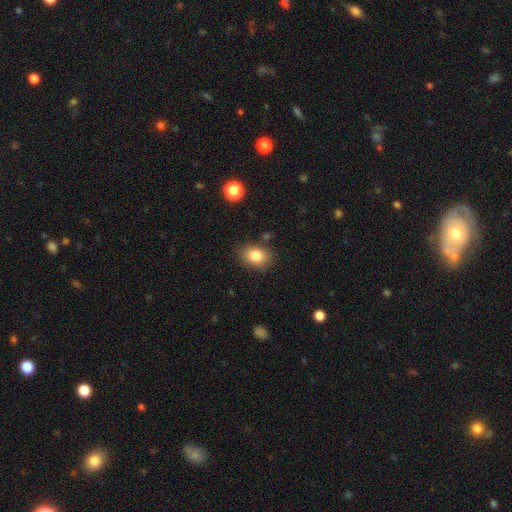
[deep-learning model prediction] smooth-or-featured: smooth: 84% | star or artifact: 9% | featured or disk: 7%
  how-rounded: in between: 72% | round: 27% | cigar-shaped: 1%
  merging: none: 81% | minor disturbance: 13% | major disturbance: 3% | merger: 3%